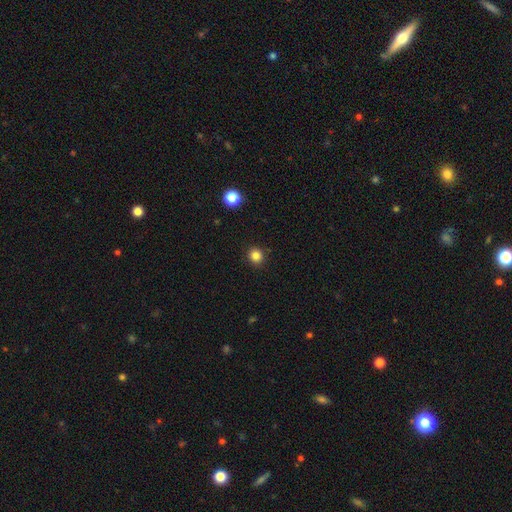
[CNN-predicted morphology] smooth-or-featured: smooth: 83% | star or artifact: 13% | featured or disk: 4%
  how-rounded: round: 90% | in between: 9% | cigar-shaped: 1%
  merging: none: 91% | minor disturbance: 6% | major disturbance: 2% | merger: 1%